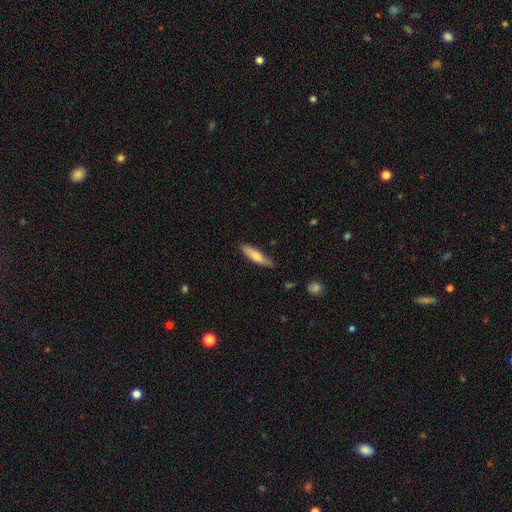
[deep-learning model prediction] This appears to be a smooth galaxy with no disk features (71%) that is cigar-shaped (76%). Merging: none (81%).